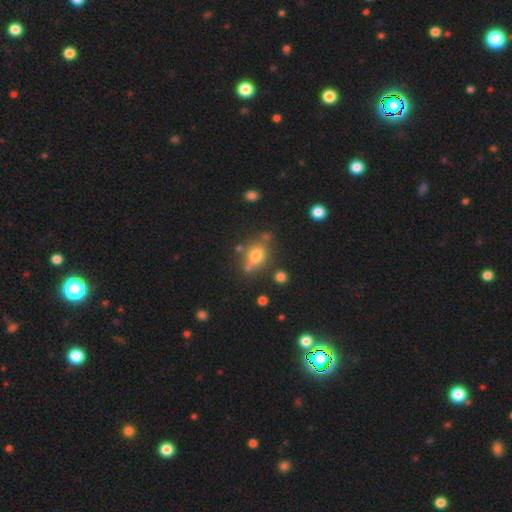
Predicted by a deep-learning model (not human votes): Smooth or featured: smooth — 62% (featured or disk — 24%)
How rounded: in between — 53% (round — 42%)
Merging: none — 67% (minor disturbance — 16%)